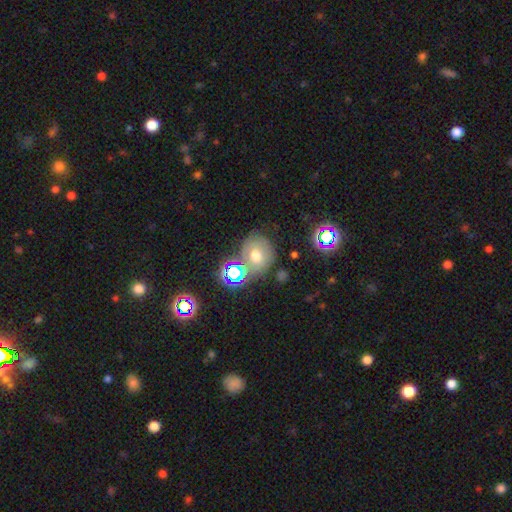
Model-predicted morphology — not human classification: Smooth or featured? smooth (53%)
How rounded? round (79%)
Merging? none (62%)